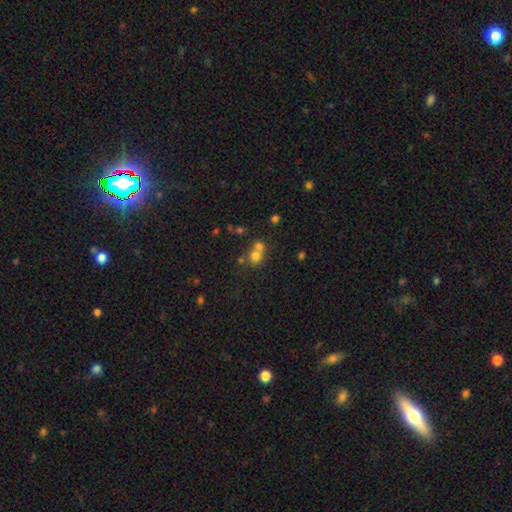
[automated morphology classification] A smooth galaxy with no disk features (71%) that is round (82%).

Vote fractions:
- Smooth or featured? smooth: 71% / star or artifact: 16% / featured or disk: 13%
- How rounded? round: 82% / in between: 17% / cigar-shaped: 1%
- Merging? merger: 50% / none: 40% / minor disturbance: 6% / major disturbance: 3%